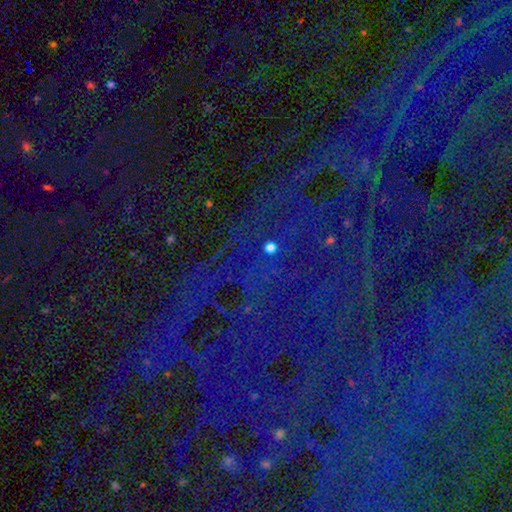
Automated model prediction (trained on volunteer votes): smooth-or-featured: star or artifact: 85% | smooth: 8% | featured or disk: 7%